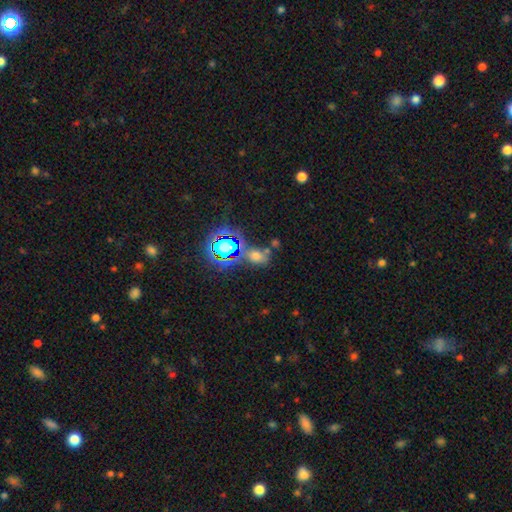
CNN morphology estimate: The model was most divided on "smooth or featured": smooth: 51%, star or artifact: 39%, featured or disk: 11%. More confident: how rounded — in between (71%); merging — none (62%).